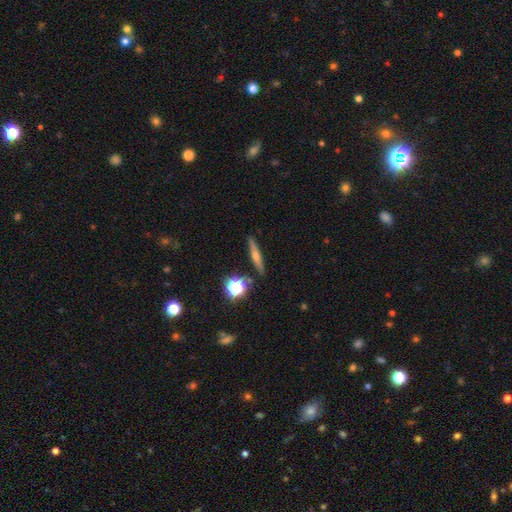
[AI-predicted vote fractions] Q: Smooth or featured?
A: featured or disk (50%); runner-up: smooth (38%)
Q: Merging?
A: none (87%); runner-up: minor disturbance (8%)